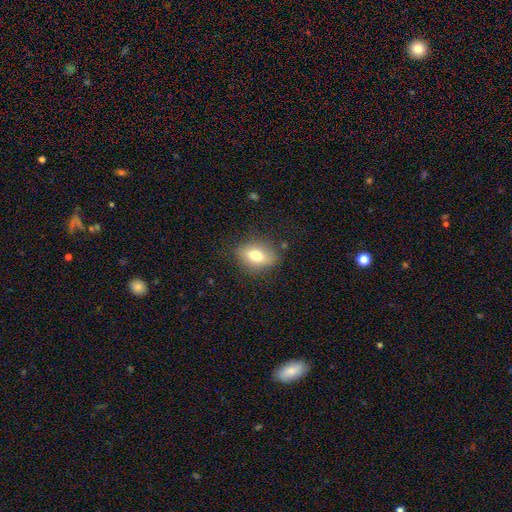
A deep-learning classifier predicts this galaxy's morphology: Overall: smooth (72%). How rounded: in between (72%). Merging: none (80%).